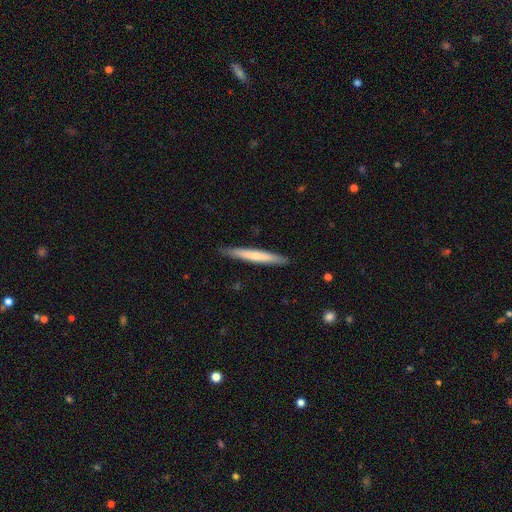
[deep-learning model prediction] Smooth or featured? Predicted: smooth (p=0.59). How rounded? Predicted: cigar-shaped (p=0.96). Merging? Predicted: none (p=0.89).